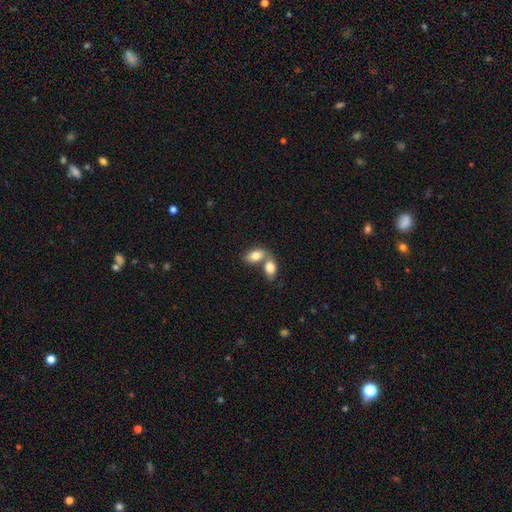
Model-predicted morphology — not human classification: This is clearly a smooth galaxy (82%). How rounded: clearly in between (91%). Merging: likely merger (62%).